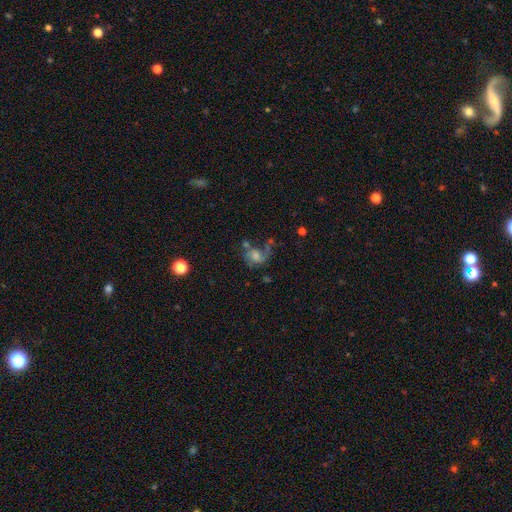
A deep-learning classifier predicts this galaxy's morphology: featured or disk 55%, smooth 33%, star or artifact 12%. Down the decision tree: edge-on disk — no (97%); bar — no (67%); spiral arms — yes (79%); bulge size — moderate (38%); merging — none (33%).